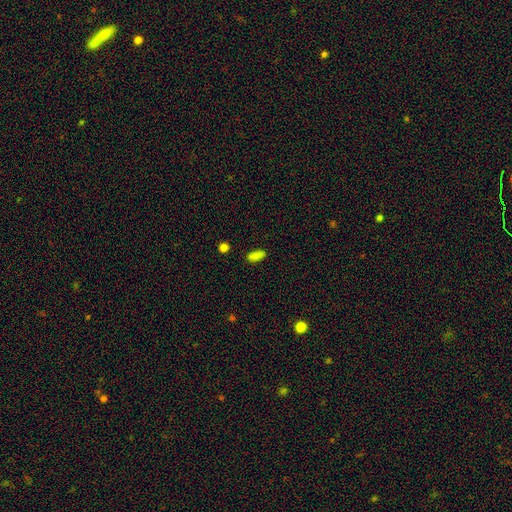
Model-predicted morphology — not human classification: Smooth or featured: smooth — 83% (star or artifact — 12%)
How rounded: in between — 81% (cigar-shaped — 15%)
Merging: none — 83% (minor disturbance — 12%)